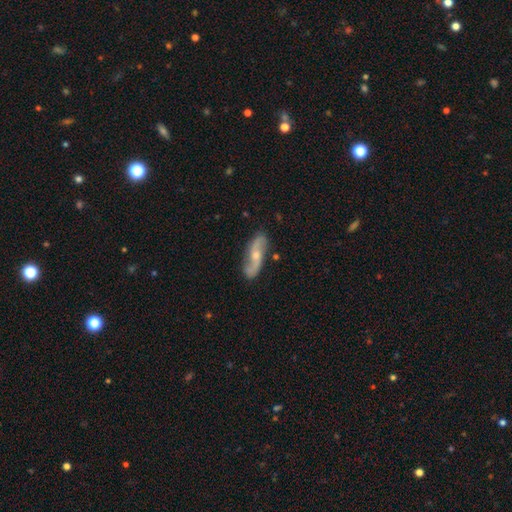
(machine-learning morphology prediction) type=featured or disk (78%); edge-on=no (89%); bar=no (59%); spiral arms=yes (94%); winding=loose (62%); arm count=2 (91%); bulge=small (49%); merging=none (81%).